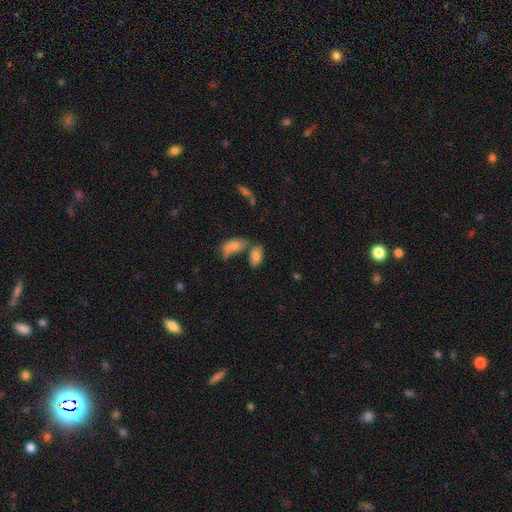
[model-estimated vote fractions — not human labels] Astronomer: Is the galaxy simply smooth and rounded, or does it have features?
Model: smooth — 80%.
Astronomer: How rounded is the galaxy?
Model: in between — 93%.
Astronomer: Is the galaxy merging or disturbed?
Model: none — 49% (runner-up: merger, 30%).